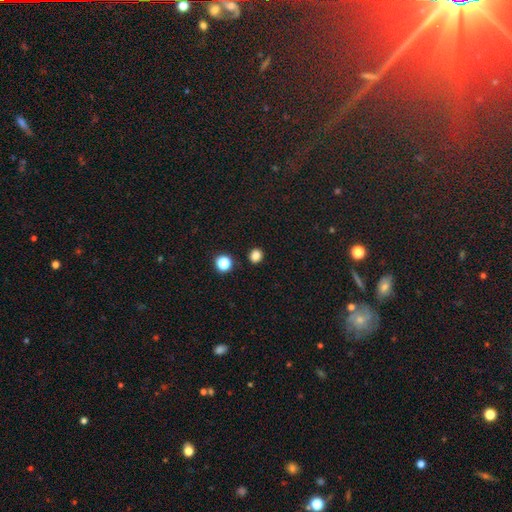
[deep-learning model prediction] Overall: smooth (83%). How rounded: round (78%). Merging: none (89%).